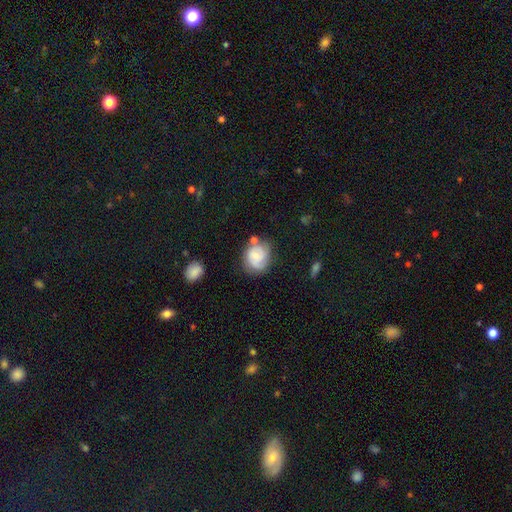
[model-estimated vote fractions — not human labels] This appears to be a featured or disk galaxy (52%) with no bar (70%), spiral arms (83%) and a small central bulge (54%). Merging: none (58%).